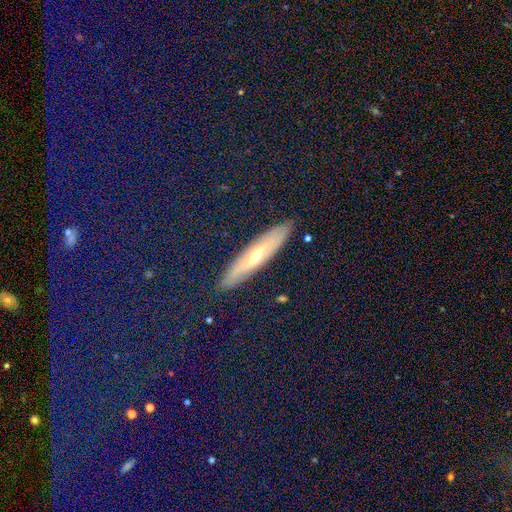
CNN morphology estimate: type=featured or disk (38%); merging=none (91%).